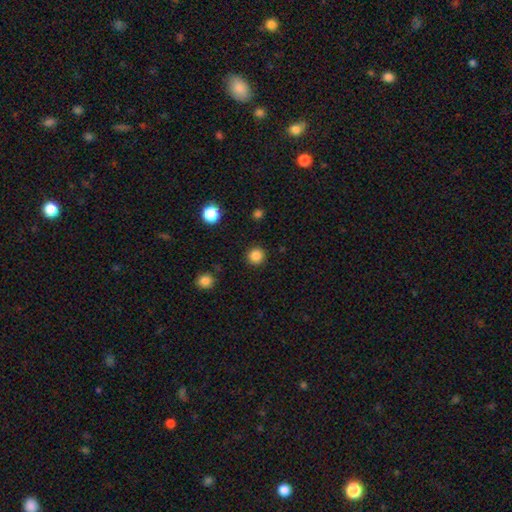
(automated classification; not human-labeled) Smooth or featured?
  - smooth: 85% *
  - star or artifact: 11%
  - featured or disk: 3%
How rounded?
  - round: 94% *
  - in between: 5%
  - cigar-shaped: 1%
Merging?
  - none: 91% *
  - minor disturbance: 5%
  - major disturbance: 2%
  - merger: 1%